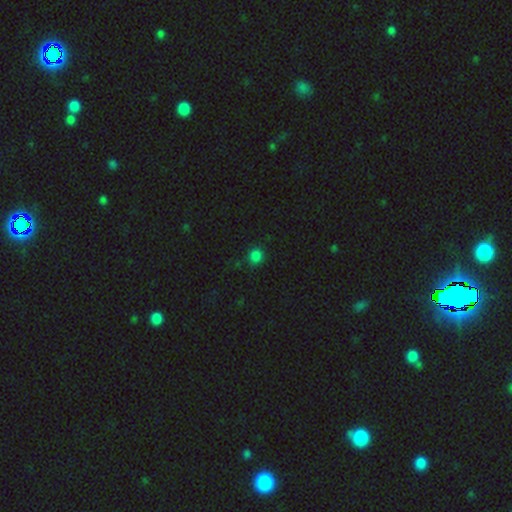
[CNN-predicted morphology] Smooth or featured? smooth (81%)
How rounded? round (88%)
Merging? none (88%)